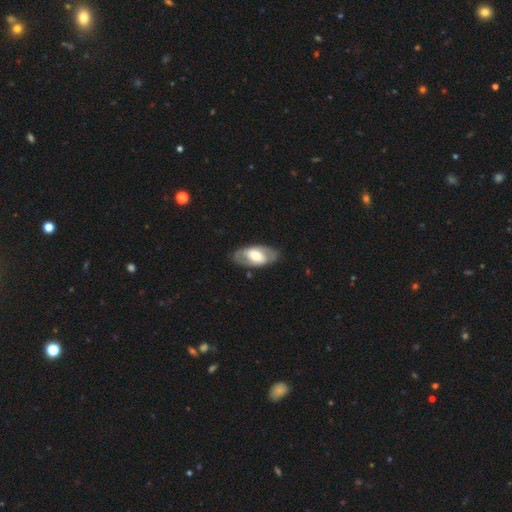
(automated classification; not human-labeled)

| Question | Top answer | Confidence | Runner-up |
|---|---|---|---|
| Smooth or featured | featured or disk | 55% | smooth (40%) |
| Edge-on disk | no | 88% | yes (12%) |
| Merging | none | 79% | minor disturbance (14%) |